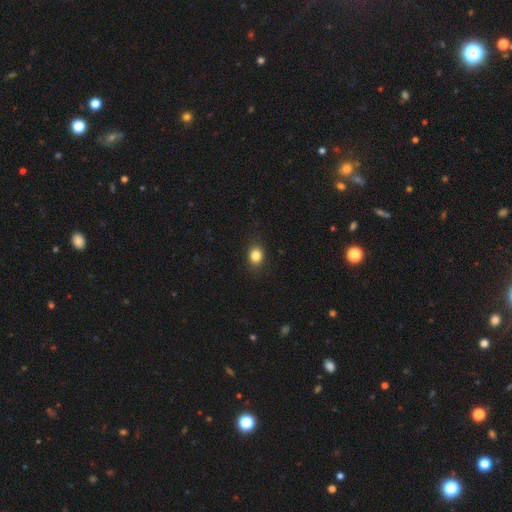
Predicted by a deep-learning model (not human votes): smooth-or-featured: smooth: 84% | star or artifact: 10% | featured or disk: 5%
  how-rounded: round: 50% | in between: 48% | cigar-shaped: 1%
  merging: none: 86% | minor disturbance: 10% | major disturbance: 3% | merger: 1%